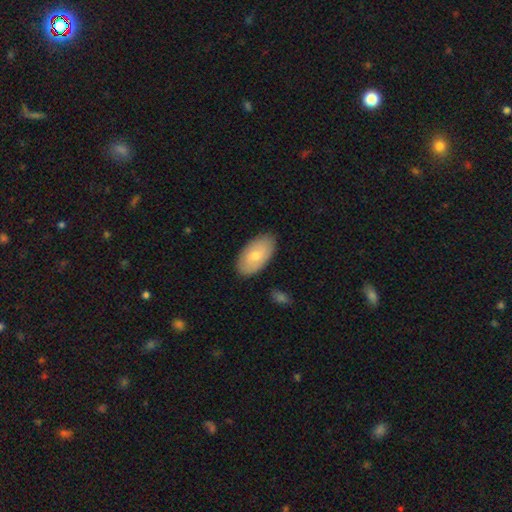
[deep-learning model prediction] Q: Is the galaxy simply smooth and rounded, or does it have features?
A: smooth — 71%.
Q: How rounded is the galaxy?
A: in between — 95%.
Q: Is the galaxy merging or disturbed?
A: none — 85%.